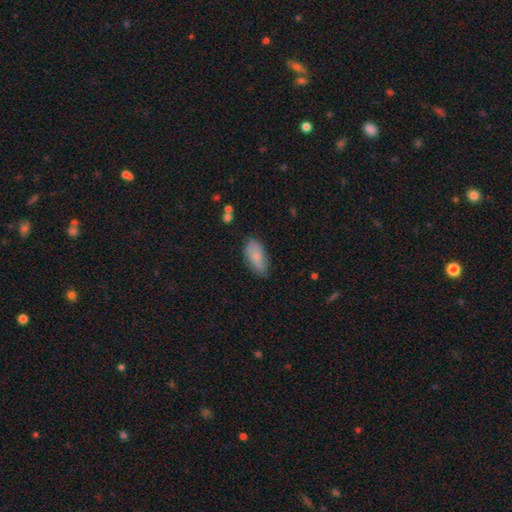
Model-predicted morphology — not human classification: This appears to be a smooth galaxy with no disk features (75%) that is in between round and cigar-shaped (92%). Merging: none (67%).